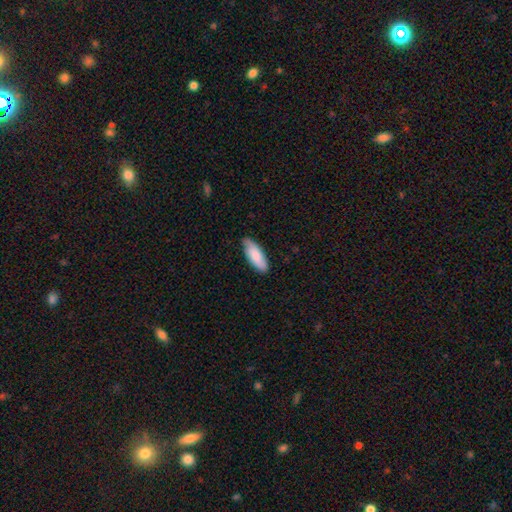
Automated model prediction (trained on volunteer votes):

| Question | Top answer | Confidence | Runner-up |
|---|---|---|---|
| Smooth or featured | smooth | 77% | featured or disk (18%) |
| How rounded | in between | 72% | cigar-shaped (26%) |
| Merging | none | 79% | minor disturbance (17%) |